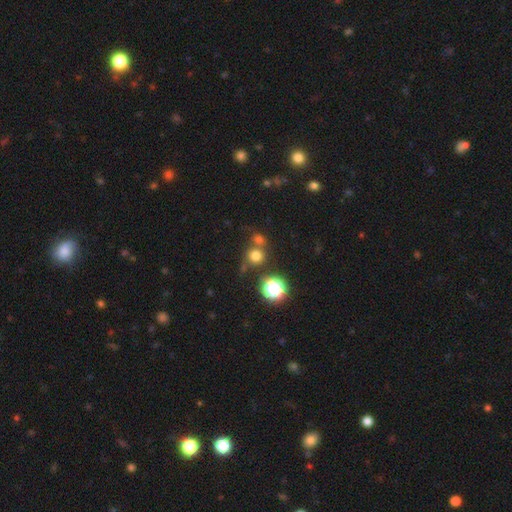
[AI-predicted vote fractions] Overall: smooth (72%). How rounded: round (90%). Merging: none (64%).